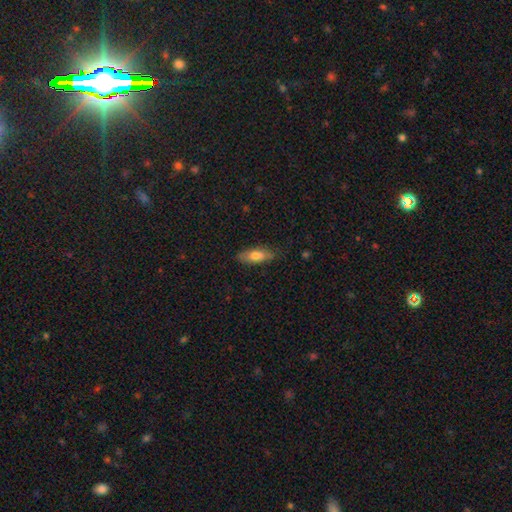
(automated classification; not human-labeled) The model was most divided on "how rounded": in between: 68%, cigar-shaped: 30%, round: 2%. More confident: merging — none (76%); smooth or featured — smooth (75%).